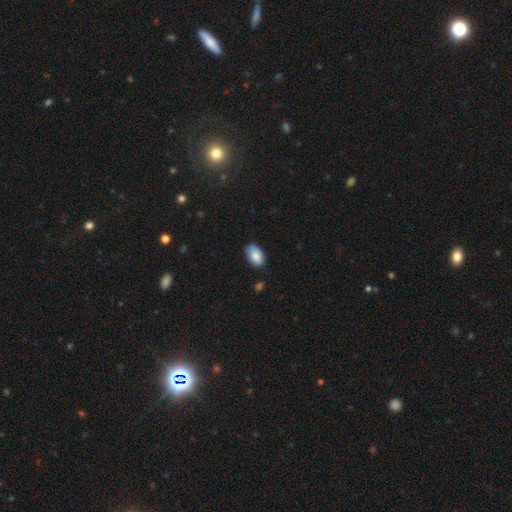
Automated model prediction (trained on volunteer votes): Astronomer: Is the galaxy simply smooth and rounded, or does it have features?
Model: smooth — 87%.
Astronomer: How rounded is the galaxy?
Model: in between — 93%.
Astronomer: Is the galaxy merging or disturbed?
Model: none — 79%.